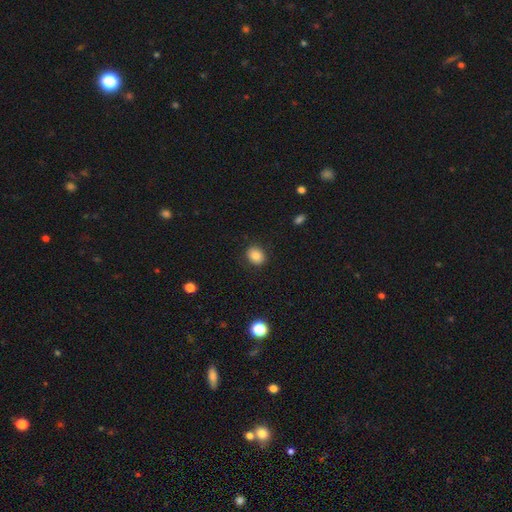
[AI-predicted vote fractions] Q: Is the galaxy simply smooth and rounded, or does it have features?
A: smooth — 85%.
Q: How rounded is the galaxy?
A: round — 59%.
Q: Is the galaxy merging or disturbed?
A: none — 87%.